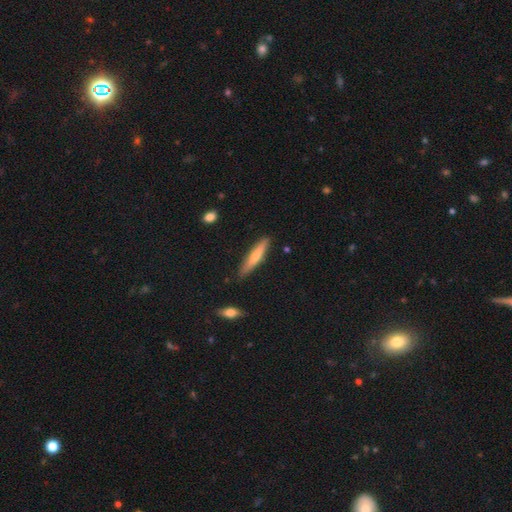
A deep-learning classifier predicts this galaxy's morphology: smooth_or_featured: smooth (p=0.62) [alt: featured or disk p=0.33]
how_rounded: cigar-shaped (p=0.88) [alt: in between p=0.10]
merging: none (p=0.84) [alt: minor disturbance p=0.12]